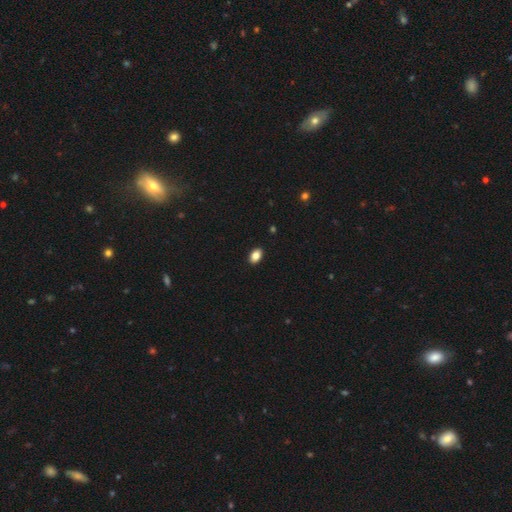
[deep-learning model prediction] Smooth or featured? Predicted: smooth (p=0.85). How rounded? Predicted: in between (p=0.87). Merging? Predicted: none (p=0.91).